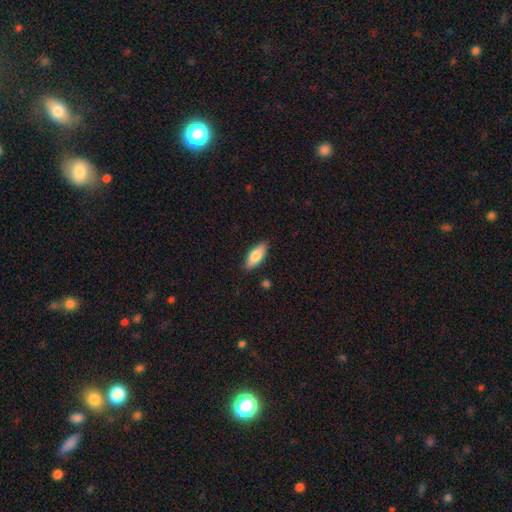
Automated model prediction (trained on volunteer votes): Morphology: type=smooth (78%); roundness=in between (78%); merging=none (86%).